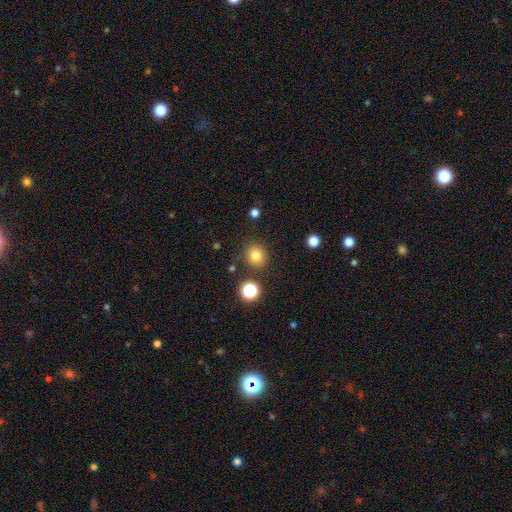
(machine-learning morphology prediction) Smooth or featured?
  - smooth: 80% *
  - star or artifact: 14%
  - featured or disk: 6%
How rounded?
  - round: 86% *
  - in between: 13%
  - cigar-shaped: 1%
Merging?
  - none: 85% *
  - minor disturbance: 8%
  - merger: 4%
  - major disturbance: 3%